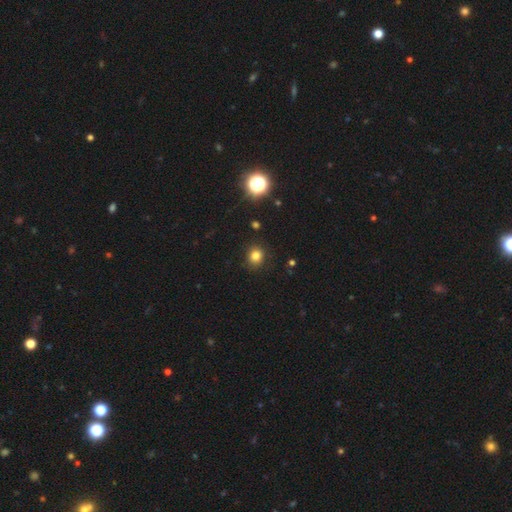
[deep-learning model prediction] smooth 79%, star or artifact 15%, featured or disk 5%. Down the decision tree: how rounded — round (81%); merging — none (88%).